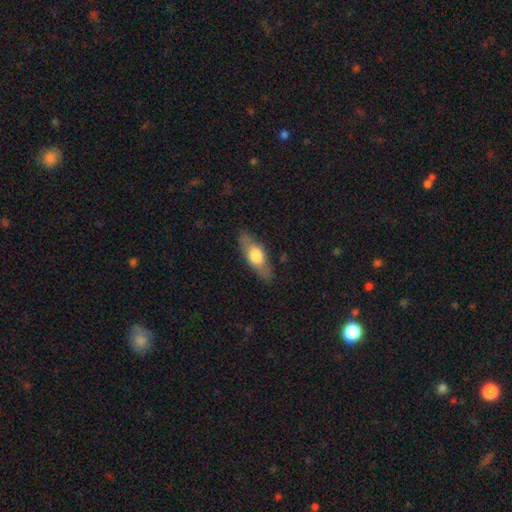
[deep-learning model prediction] This appears to be a smooth galaxy with no disk features (60%) that is in between round and cigar-shaped (64%). Merging: none (83%).